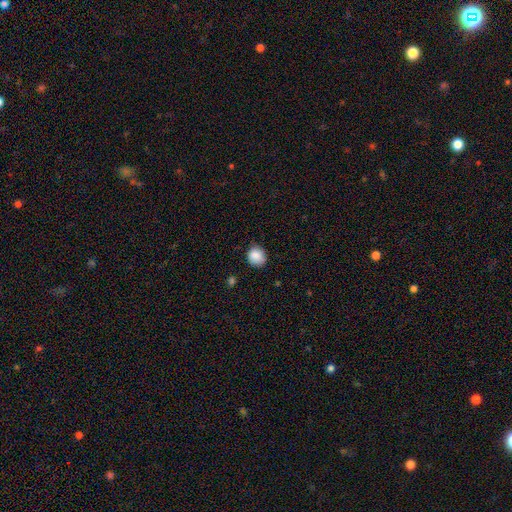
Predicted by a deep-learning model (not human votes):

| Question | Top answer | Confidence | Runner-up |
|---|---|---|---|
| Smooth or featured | smooth | 87% | star or artifact (8%) |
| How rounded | round | 75% | in between (24%) |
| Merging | none | 74% | minor disturbance (22%) |